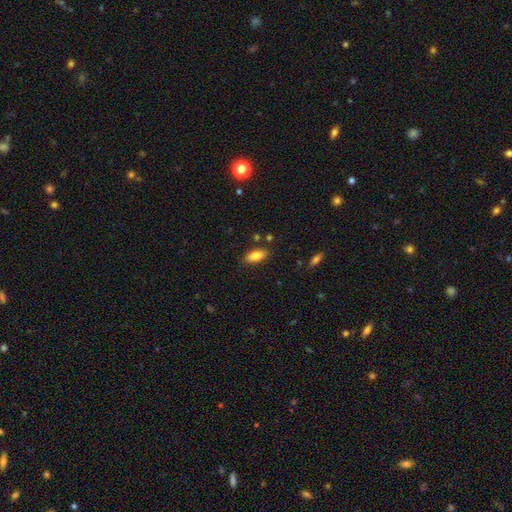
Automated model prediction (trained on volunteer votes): A smooth galaxy with no disk features (85%) that is in between round and cigar-shaped (85%). Merging: none (84%).